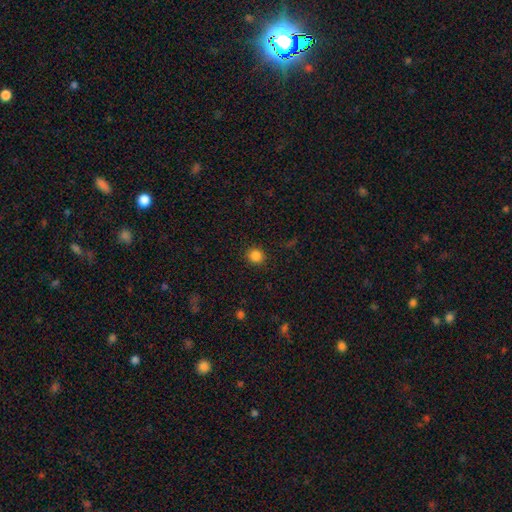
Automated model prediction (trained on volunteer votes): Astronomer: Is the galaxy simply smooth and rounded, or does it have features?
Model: smooth — 85%.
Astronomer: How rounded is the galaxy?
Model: round — 89%.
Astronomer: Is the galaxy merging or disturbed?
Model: none — 90%.